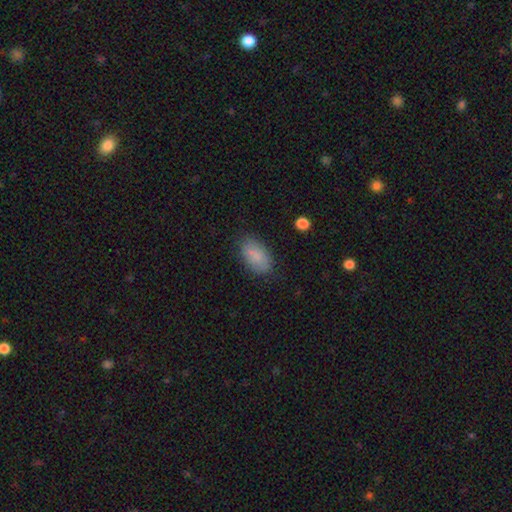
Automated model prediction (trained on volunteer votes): This appears to be a smooth galaxy with no disk features (85%) that is in between round and cigar-shaped (93%). Merging: none (80%).